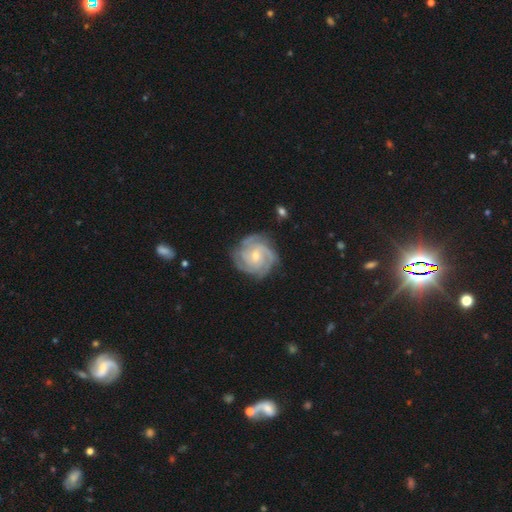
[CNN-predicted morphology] Smooth or featured?
  - featured or disk: 89% *
  - smooth: 7%
  - star or artifact: 4%
Edge-on disk?
  - no: 98% *
  - yes: 2%
Bar?
  - no: 54% *
  - weak: 38%
  - strong: 8%
Spiral arms?
  - yes: 98% *
  - no: 2%
Spiral winding?
  - tight: 70% *
  - medium: 26%
  - loose: 4%
Spiral arm count?
  - 3: 45% *
  - 4: 19%
  - can't tell: 13%
  - 2: 13%
  - more than 4: 5%
  - 1: 5%
Bulge size?
  - small: 58% *
  - moderate: 39%
  - large: 1%
  - none: 1%
  - dominant: 1%
Merging?
  - none: 79% *
  - minor disturbance: 15%
  - major disturbance: 4%
  - merger: 1%